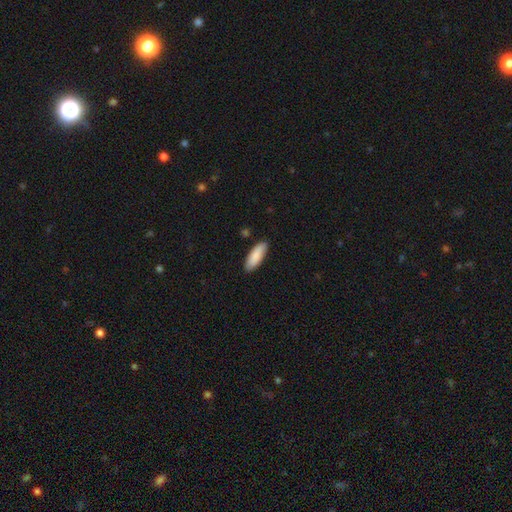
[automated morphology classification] A smooth galaxy with no disk features (88%) that is in between round and cigar-shaped (66%). Merging: none (88%).